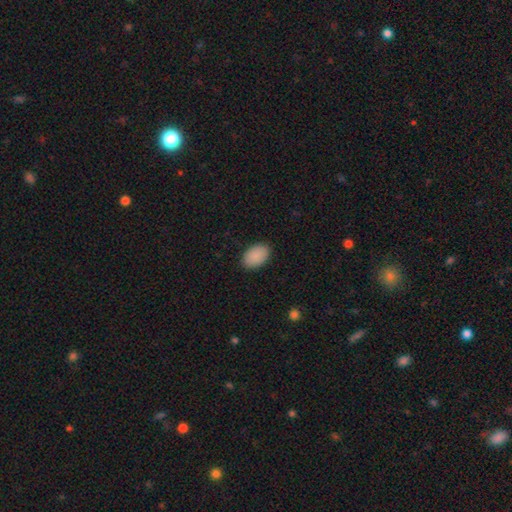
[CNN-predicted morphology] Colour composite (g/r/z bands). It shows a smooth galaxy with no disk features (90%) that is in between round and cigar-shaped (90%). Merging: none (88%).